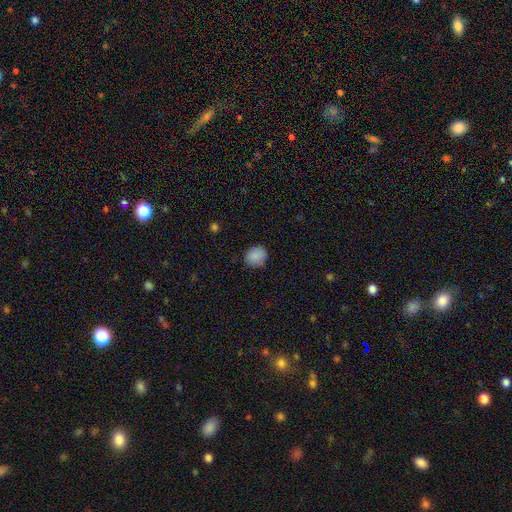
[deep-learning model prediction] Smooth or featured? Predicted: smooth (p=0.88). How rounded? Predicted: round (p=0.75). Merging? Predicted: none (p=0.84).